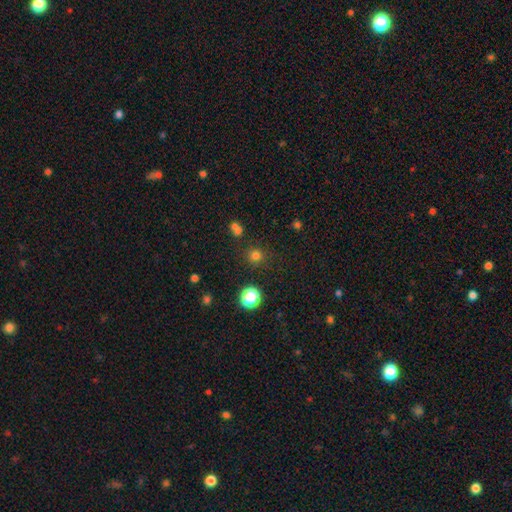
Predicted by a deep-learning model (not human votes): Smooth or featured? smooth (73%)
How rounded? round (92%)
Merging? none (81%)